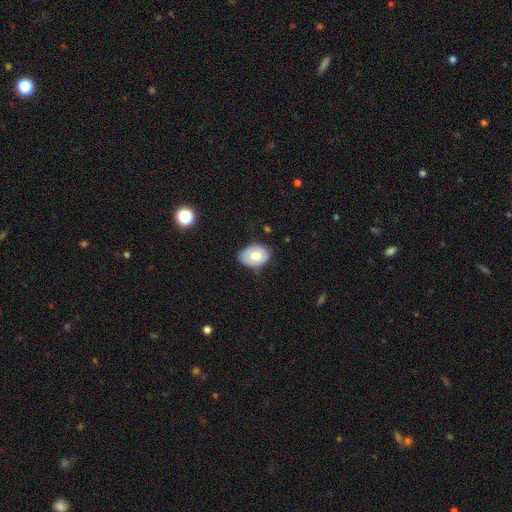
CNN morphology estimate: smooth-or-featured: smooth: 71% | featured or disk: 21% | star or artifact: 7%
  how-rounded: in between: 80% | round: 19% | cigar-shaped: 1%
  merging: none: 69% | minor disturbance: 25% | major disturbance: 4% | merger: 1%